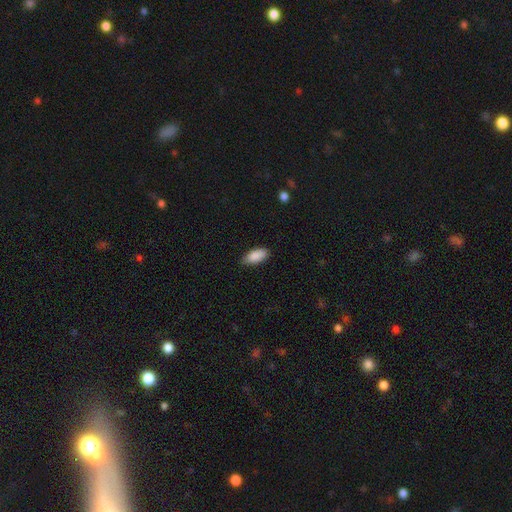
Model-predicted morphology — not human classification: Q: Smooth or featured?
A: smooth (89%); runner-up: star or artifact (6%)
Q: How rounded?
A: in between (89%); runner-up: cigar-shaped (9%)
Q: Merging?
A: none (80%); runner-up: minor disturbance (16%)